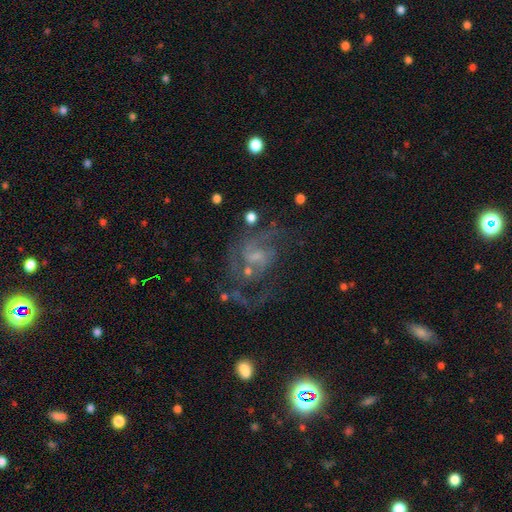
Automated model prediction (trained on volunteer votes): smooth-or-featured: featured or disk: 80% | star or artifact: 10% | smooth: 10%
  disk-edge-on: no: 98% | yes: 2%
    bar: weak: 48% | no: 40% | strong: 12%
    has-spiral-arms: yes: 88% | no: 12%
      spiral-winding: medium: 49% | loose: 33% | tight: 18%
      spiral-arm-count: 2: 54% | can't tell: 19% | 3: 11% | 1: 9% | 4: 4% | more than 4: 4%
    bulge-size: small: 49% | none: 24% | moderate: 23% | large: 3% | dominant: 1%
  merging: none: 44% | major disturbance: 31% | minor disturbance: 17% | merger: 8%